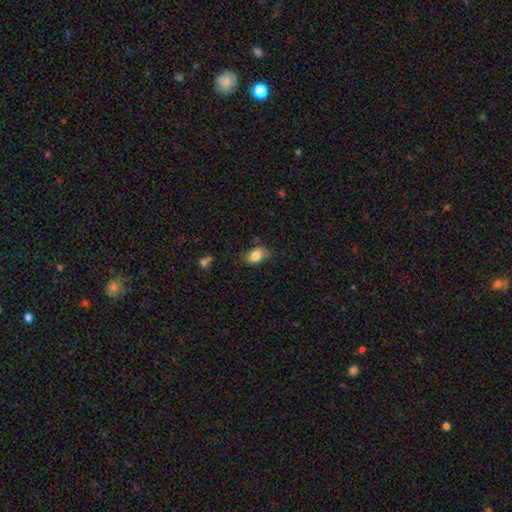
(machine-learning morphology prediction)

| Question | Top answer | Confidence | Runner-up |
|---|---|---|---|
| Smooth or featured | smooth | 83% | featured or disk (9%) |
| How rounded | in between | 84% | round (14%) |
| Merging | none | 74% | minor disturbance (20%) |